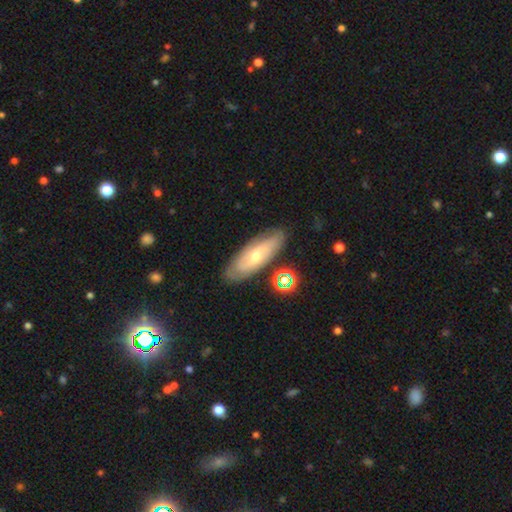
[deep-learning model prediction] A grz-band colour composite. It shows a featured or disk galaxy (58%). Merging: none (80%).